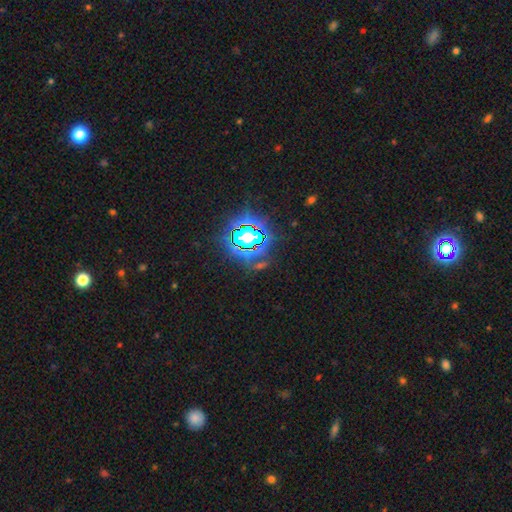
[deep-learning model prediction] star or artifact 83%, smooth 11%, featured or disk 7%.